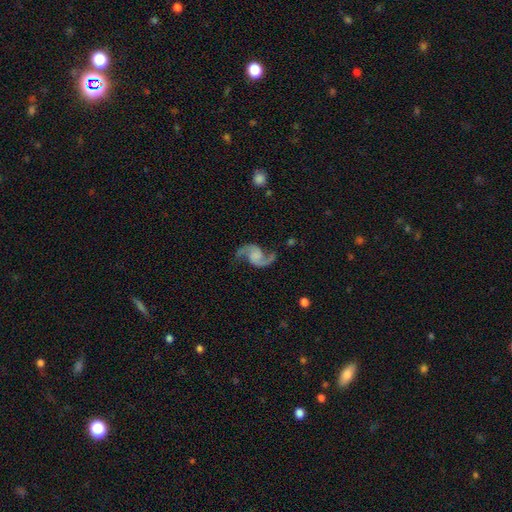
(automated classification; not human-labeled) This appears to be a featured or disk galaxy (92%) with no bar (62%), 2 (95%) loose (64%) spiral arms (98%) and no central bulge (57%). Merging: none (78%).